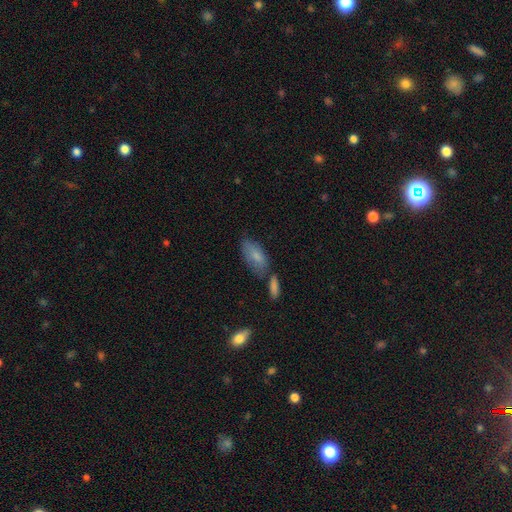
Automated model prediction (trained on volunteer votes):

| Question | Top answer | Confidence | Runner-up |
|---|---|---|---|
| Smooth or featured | smooth | 75% | featured or disk (18%) |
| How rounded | in between | 87% | cigar-shaped (10%) |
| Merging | none | 54% | minor disturbance (22%) |